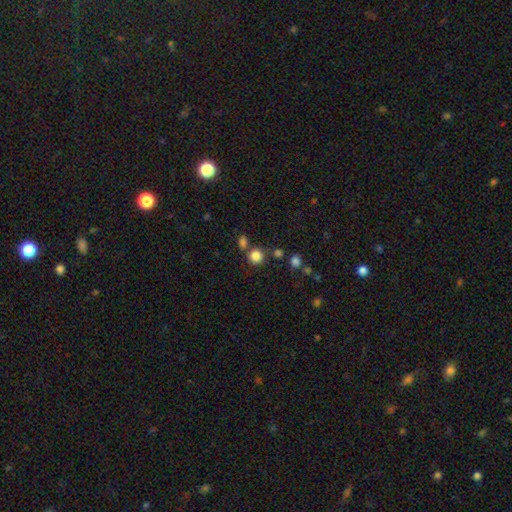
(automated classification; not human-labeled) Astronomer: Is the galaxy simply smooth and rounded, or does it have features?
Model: smooth — 83%.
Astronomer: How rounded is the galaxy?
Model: round — 90%.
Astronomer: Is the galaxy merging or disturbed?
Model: none — 73%.